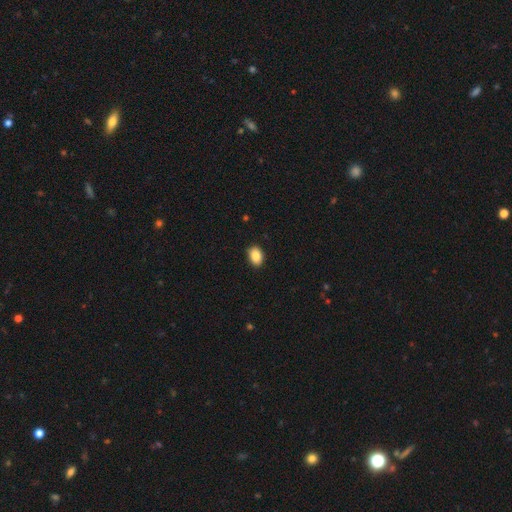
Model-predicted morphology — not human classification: The model was most divided on "how rounded": in between: 80%, round: 19%, cigar-shaped: 1%. More confident: merging — none (90%); smooth or featured — smooth (88%).